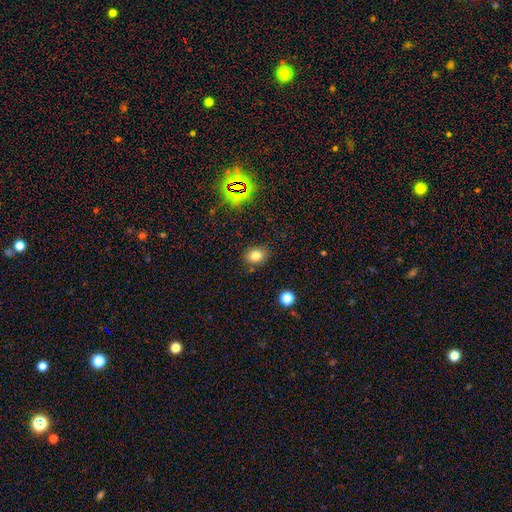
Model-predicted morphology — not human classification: This is likely a smooth galaxy (77%). How rounded: possibly round (50%). Merging: clearly none (82%).